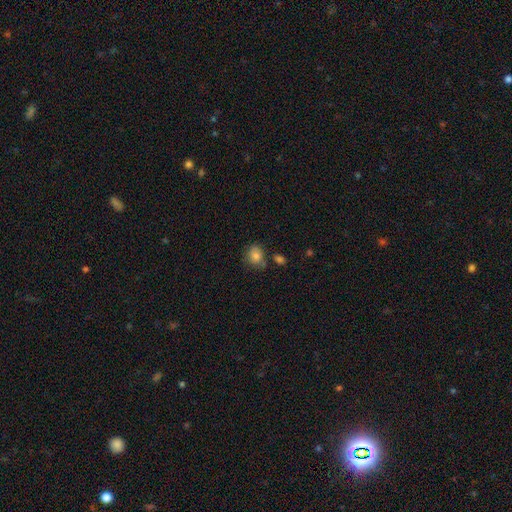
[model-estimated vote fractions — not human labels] smooth-or-featured: smooth: 81% | star or artifact: 10% | featured or disk: 9%
  how-rounded: round: 62% | in between: 37% | cigar-shaped: 1%
  merging: none: 66% | minor disturbance: 18% | merger: 11% | major disturbance: 5%